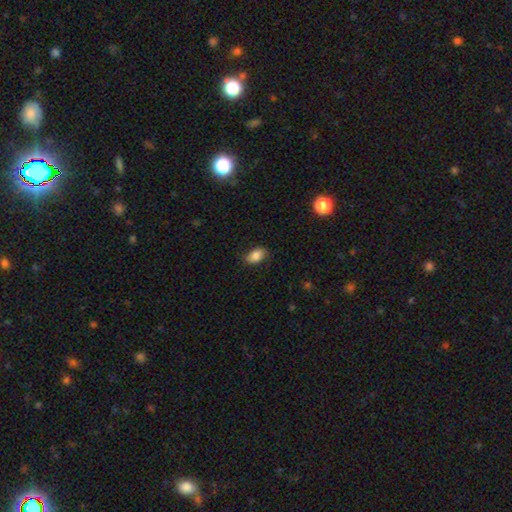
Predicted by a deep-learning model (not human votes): The model was most divided on "merging": none: 80%, minor disturbance: 16%, major disturbance: 3%, merger: 1%. More confident: how rounded — in between (90%); smooth or featured — smooth (82%).